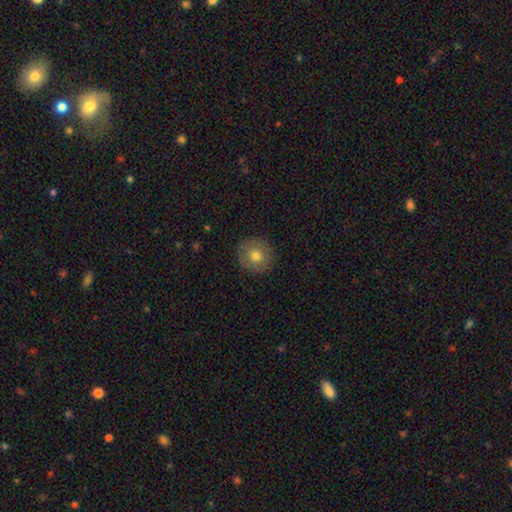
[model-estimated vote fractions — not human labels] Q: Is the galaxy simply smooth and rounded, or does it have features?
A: smooth — 73%.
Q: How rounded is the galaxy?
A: round — 93%.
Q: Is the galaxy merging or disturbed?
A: none — 89%.